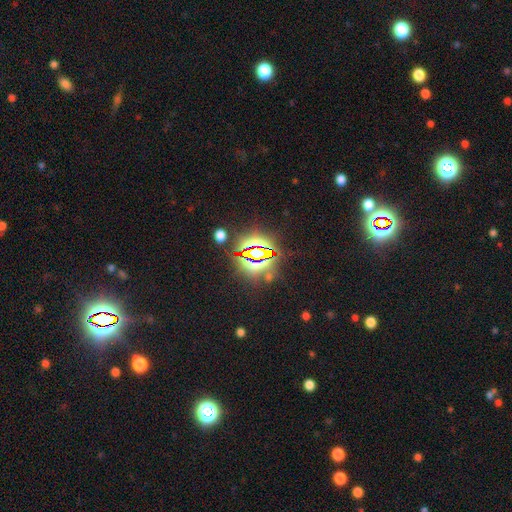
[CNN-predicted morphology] This is likely a star or artifact rather than a galaxy (79%).